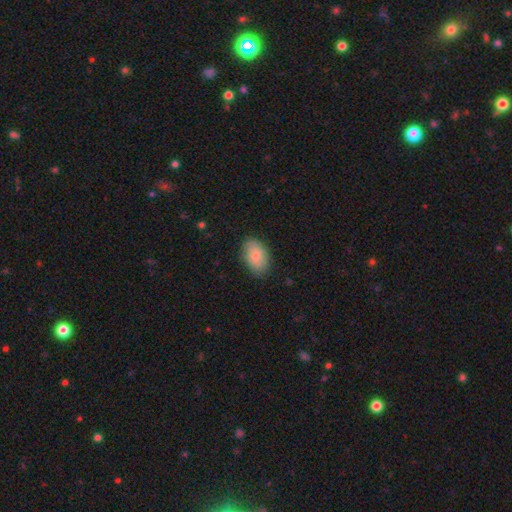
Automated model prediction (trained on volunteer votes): Smooth or featured?
  - smooth: 85% *
  - featured or disk: 8%
  - star or artifact: 6%
How rounded?
  - in between: 91% *
  - round: 8%
  - cigar-shaped: 1%
Merging?
  - none: 82% *
  - minor disturbance: 14%
  - major disturbance: 3%
  - merger: 1%